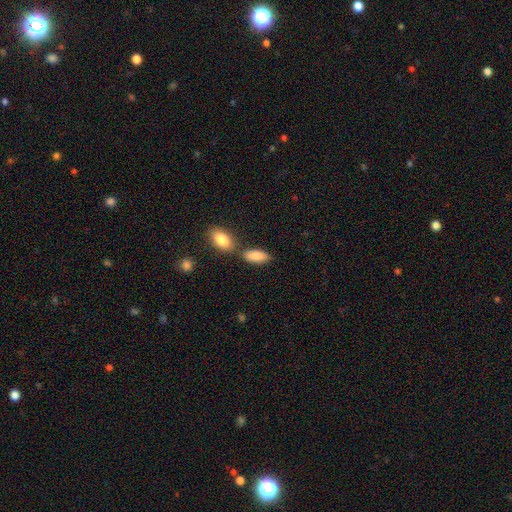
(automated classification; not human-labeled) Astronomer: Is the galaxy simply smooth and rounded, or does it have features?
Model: smooth — 87%.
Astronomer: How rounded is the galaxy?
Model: in between — 86%.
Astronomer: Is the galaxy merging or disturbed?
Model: none — 63%.